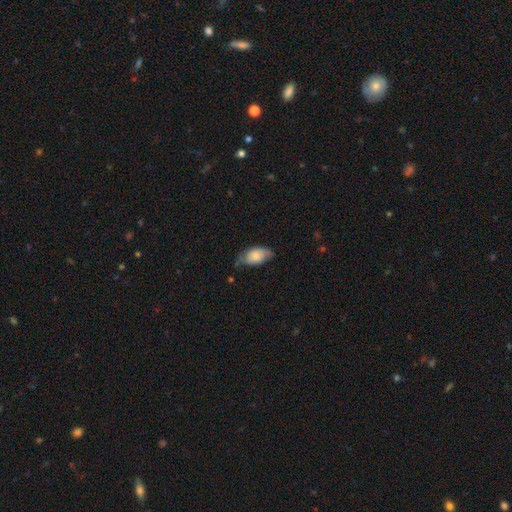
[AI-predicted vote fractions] Smooth or featured: smooth — 65% (featured or disk — 28%)
How rounded: in between — 93% (round — 5%)
Merging: none — 55% (minor disturbance — 34%)